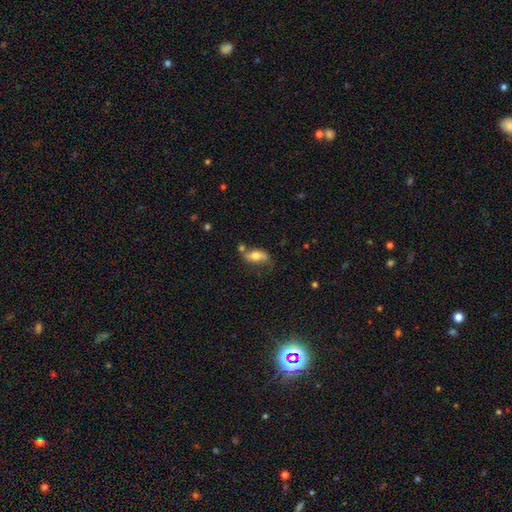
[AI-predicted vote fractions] This is possibly a smooth galaxy (57%). How rounded: likely in between (77%). Merging: possibly none (51%).